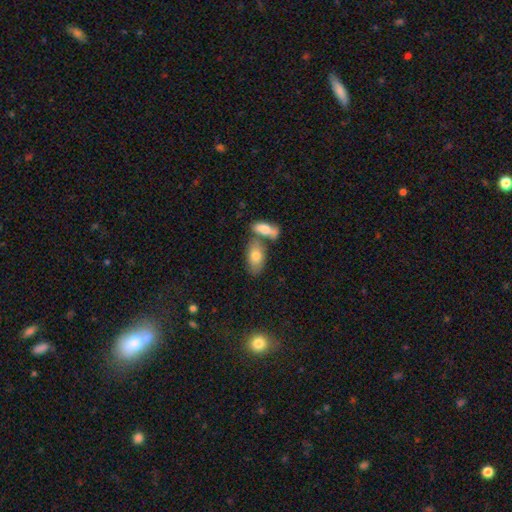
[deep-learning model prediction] Morphology: type=smooth (75%); roundness=in between (91%); merging=none (52%).